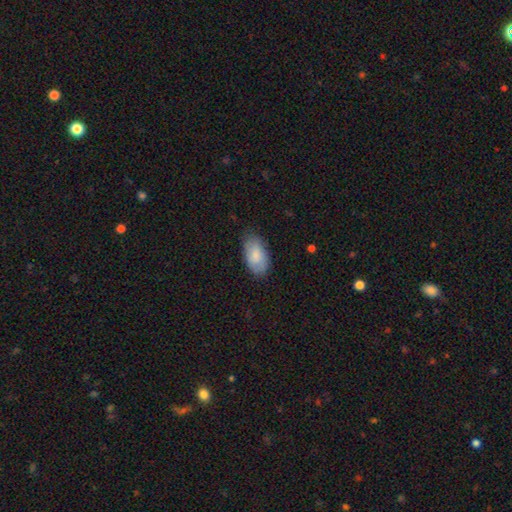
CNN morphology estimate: This is clearly a smooth galaxy (81%). How rounded: clearly in between (94%). Merging: likely none (75%).